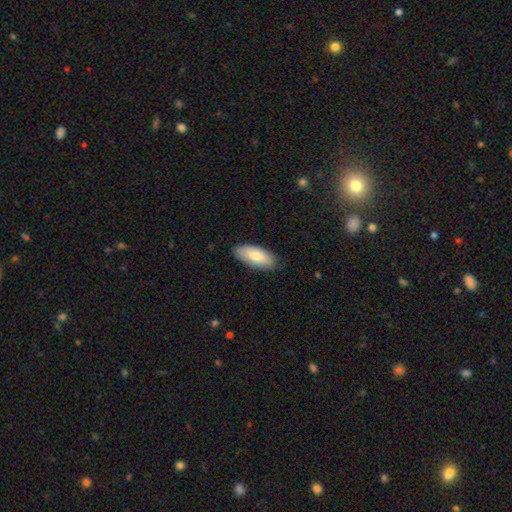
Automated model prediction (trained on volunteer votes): The model was most divided on "smooth or featured": smooth: 78%, featured or disk: 17%, star or artifact: 6%. More confident: how rounded — in between (88%); merging — none (83%).